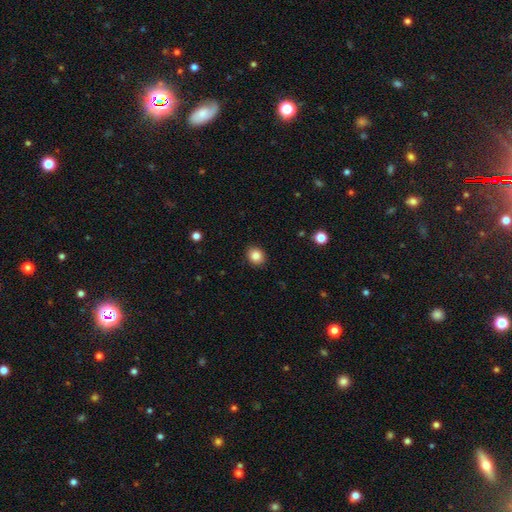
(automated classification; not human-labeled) Smooth or featured?
  - smooth: 85% *
  - star or artifact: 10%
  - featured or disk: 5%
How rounded?
  - round: 71% *
  - in between: 28%
  - cigar-shaped: 1%
Merging?
  - none: 89% *
  - minor disturbance: 8%
  - major disturbance: 2%
  - merger: 1%